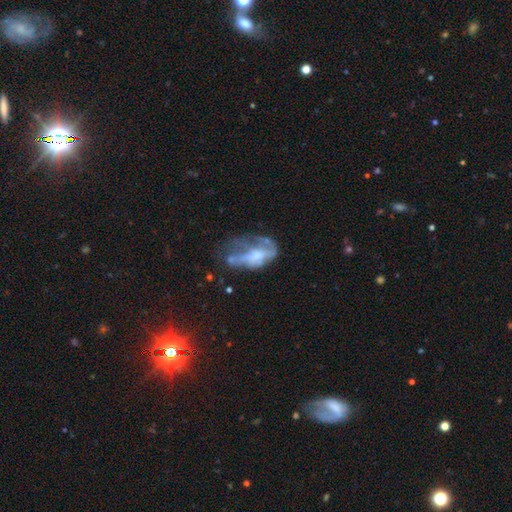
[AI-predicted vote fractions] This appears to be a featured or disk galaxy (54%). Merging: major disturbance (46%).